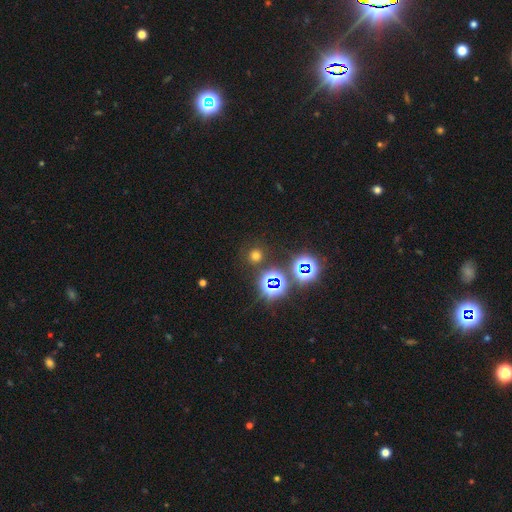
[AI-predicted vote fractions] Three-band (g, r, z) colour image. It shows a smooth galaxy with no disk features (59%) that is round (90%). Merging: none (85%).